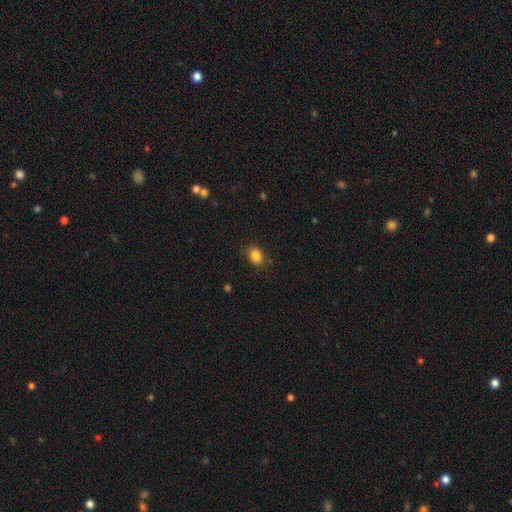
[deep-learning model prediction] Smooth or featured?
  - smooth: 85% *
  - star or artifact: 10%
  - featured or disk: 5%
How rounded?
  - round: 51% *
  - in between: 48%
  - cigar-shaped: 1%
Merging?
  - none: 84% *
  - minor disturbance: 12%
  - major disturbance: 3%
  - merger: 1%